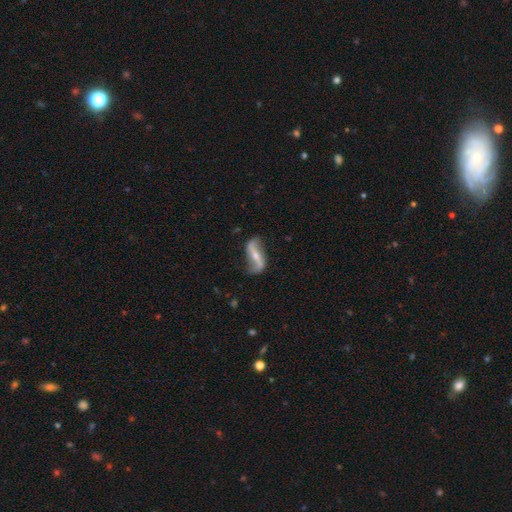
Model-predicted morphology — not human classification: smooth-or-featured: featured or disk: 83% | smooth: 12% | star or artifact: 5%
  disk-edge-on: no: 90% | yes: 10%
    bar: strong: 58% | weak: 24% | no: 18%
    has-spiral-arms: yes: 90% | no: 10%
      spiral-winding: loose: 88% | medium: 9% | tight: 4%
      spiral-arm-count: 2: 92% | can't tell: 3% | 1: 3% | 3: 1% | 4: 1% | more than 4: 1%
    bulge-size: small: 54% | moderate: 39% | none: 4% | large: 2% | dominant: 1%
  merging: none: 74% | minor disturbance: 17% | major disturbance: 7% | merger: 2%